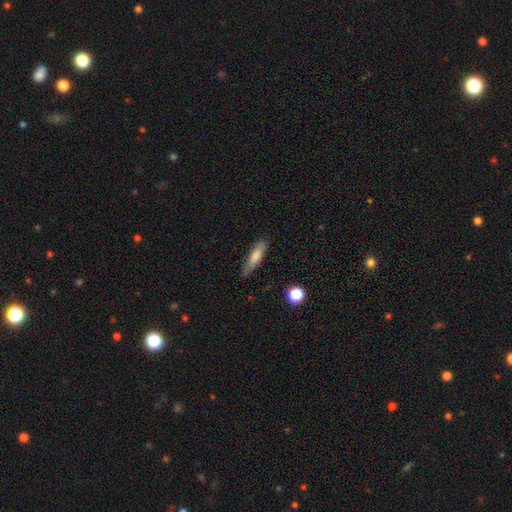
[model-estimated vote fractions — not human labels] Q: Smooth or featured?
A: smooth (68%); runner-up: featured or disk (24%)
Q: How rounded?
A: cigar-shaped (74%); runner-up: in between (24%)
Q: Merging?
A: none (82%); runner-up: minor disturbance (13%)